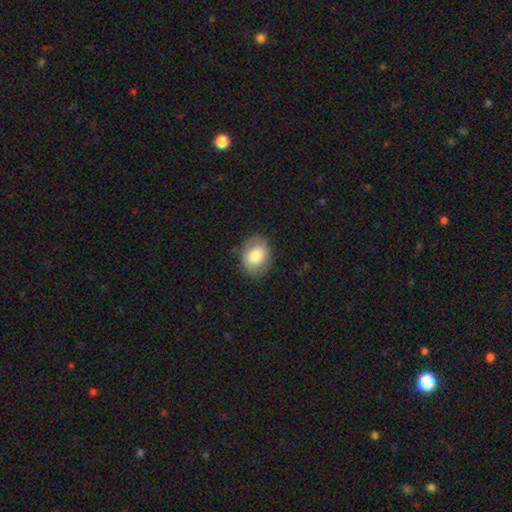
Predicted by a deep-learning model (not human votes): smooth_or_featured: smooth (p=0.74) [alt: featured or disk p=0.18]
how_rounded: in between (p=0.55) [alt: round p=0.44]
merging: none (p=0.82) [alt: minor disturbance p=0.13]